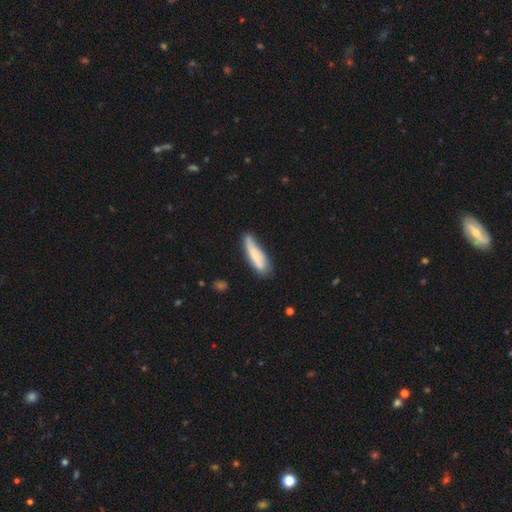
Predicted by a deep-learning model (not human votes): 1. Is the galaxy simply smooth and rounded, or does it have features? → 69% smooth, 25% featured or disk, 6% star or artifact.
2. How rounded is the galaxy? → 70% cigar-shaped, 28% in between, 2% round.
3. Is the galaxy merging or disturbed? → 58% none, 29% minor disturbance, 7% major disturbance, 5% merger.